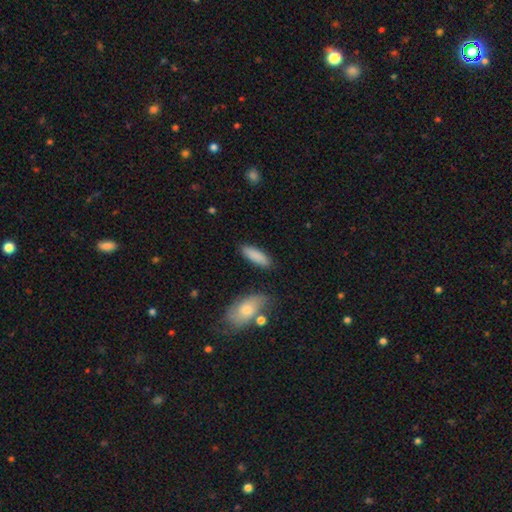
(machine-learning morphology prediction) Overall: smooth (86%). How rounded: in between (50%; cigar-shaped 48%). Merging: none (84%).